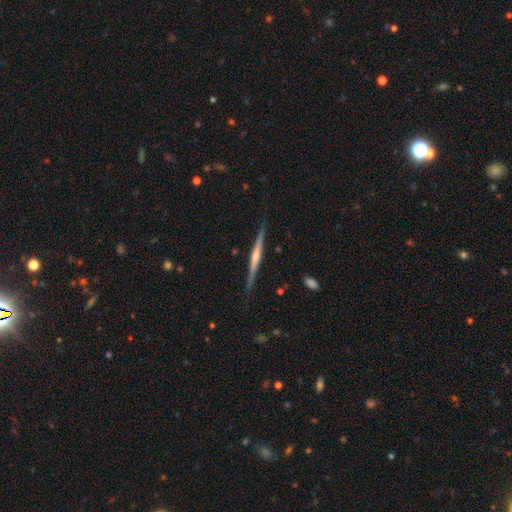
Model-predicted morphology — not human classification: smooth-or-featured: featured or disk: 77% | smooth: 17% | star or artifact: 6%
  disk-edge-on: yes: 98% | no: 2%
    edge-on-bulge: rounded: 60% | none: 26% | boxy: 14%
  merging: none: 88% | minor disturbance: 9% | major disturbance: 2% | merger: 1%